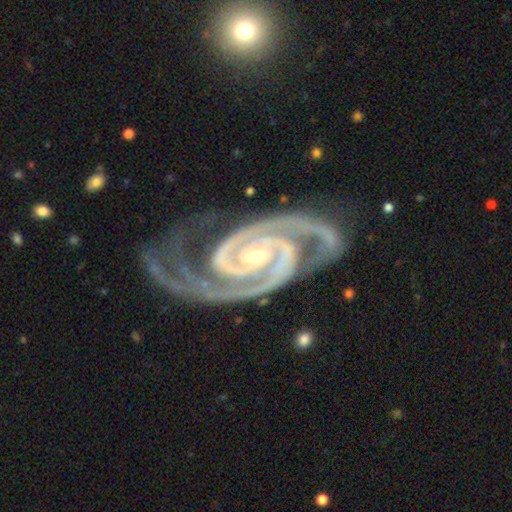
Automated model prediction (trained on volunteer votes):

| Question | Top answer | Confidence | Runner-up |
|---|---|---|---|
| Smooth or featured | featured or disk | 94% | star or artifact (4%) |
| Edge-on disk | no | 98% | yes (2%) |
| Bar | no | 50% | weak (26%) |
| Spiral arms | yes | 99% | no (1%) |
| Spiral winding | tight | 66% | medium (31%) |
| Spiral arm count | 2 | 89% | 3 (4%) |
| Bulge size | small | 78% | moderate (19%) |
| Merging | none | 63% | minor disturbance (21%) |